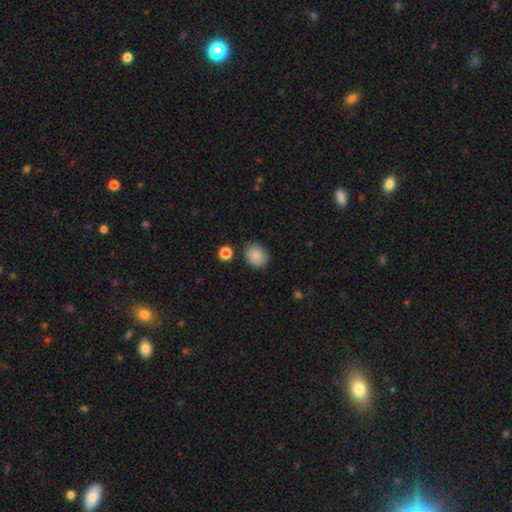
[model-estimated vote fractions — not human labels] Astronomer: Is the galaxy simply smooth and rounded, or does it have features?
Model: smooth — 86%.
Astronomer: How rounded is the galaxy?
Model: round — 55% (runner-up: in between, 44%).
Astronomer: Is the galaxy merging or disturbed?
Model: none — 83%.